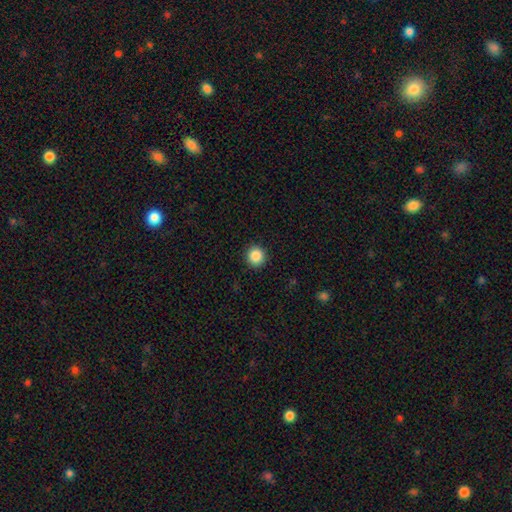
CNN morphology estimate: Smooth or featured?
  - smooth: 87% *
  - star or artifact: 10%
  - featured or disk: 3%
How rounded?
  - round: 93% *
  - in between: 6%
  - cigar-shaped: 1%
Merging?
  - none: 92% *
  - minor disturbance: 5%
  - major disturbance: 2%
  - merger: 1%